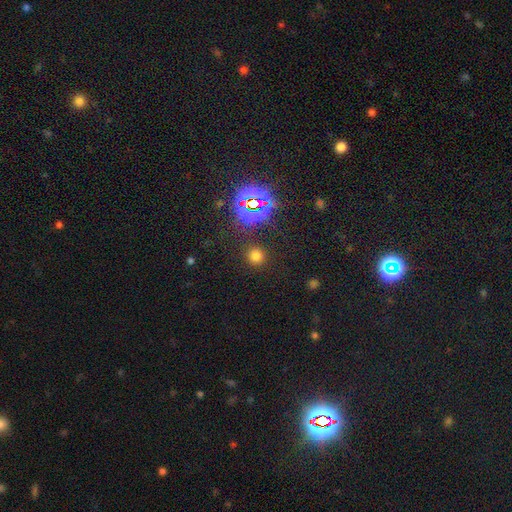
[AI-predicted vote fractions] Smooth or featured? Predicted: smooth (p=0.68). How rounded? Predicted: round (p=0.93). Merging? Predicted: none (p=0.88).